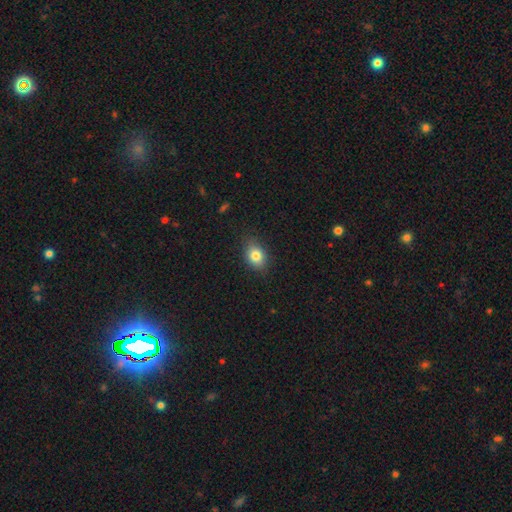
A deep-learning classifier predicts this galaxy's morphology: Smooth or featured: smooth — 81% (star or artifact — 10%)
How rounded: in between — 72% (round — 26%)
Merging: none — 83% (minor disturbance — 14%)